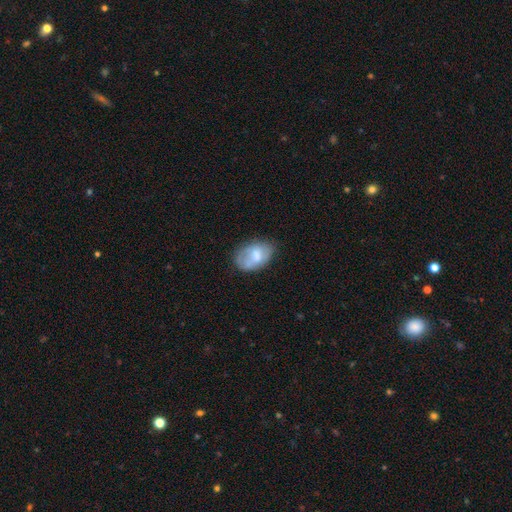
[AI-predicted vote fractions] Smooth or featured: smooth — 63% (featured or disk — 30%)
How rounded: in between — 87% (round — 12%)
Merging: none — 56% (minor disturbance — 28%)